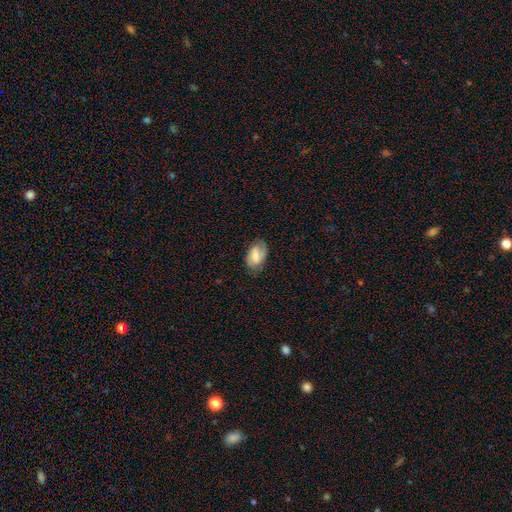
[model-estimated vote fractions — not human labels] Smooth or featured: smooth — 63% (featured or disk — 29%)
How rounded: in between — 90% (round — 8%)
Merging: none — 64% (minor disturbance — 26%)